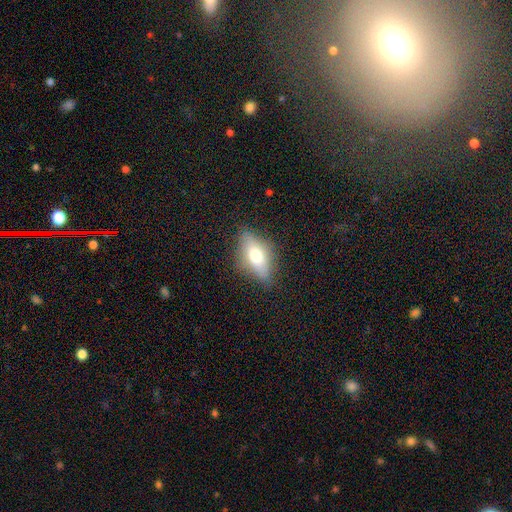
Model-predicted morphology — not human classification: smooth_or_featured: smooth (p=0.59) [alt: featured or disk p=0.32]
how_rounded: in between (p=0.78) [alt: cigar-shaped p=0.15]
merging: none (p=0.78) [alt: minor disturbance p=0.16]